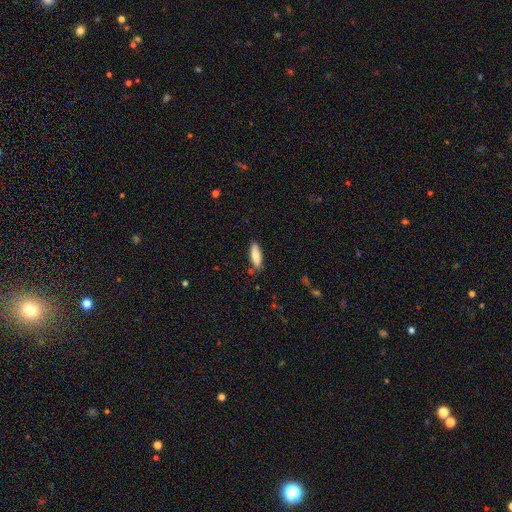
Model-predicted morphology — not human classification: Q: Smooth or featured?
A: smooth (80%); runner-up: featured or disk (14%)
Q: How rounded?
A: in between (53%); runner-up: cigar-shaped (45%)
Q: Merging?
A: none (81%); runner-up: minor disturbance (15%)